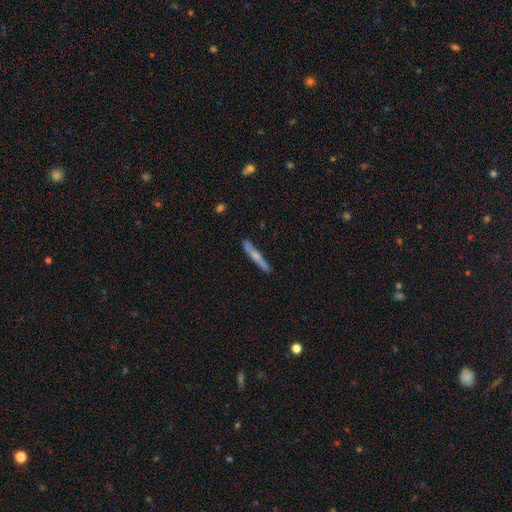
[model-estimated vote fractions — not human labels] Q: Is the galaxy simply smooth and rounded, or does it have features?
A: smooth — 48%.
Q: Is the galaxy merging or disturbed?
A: none — 85%.